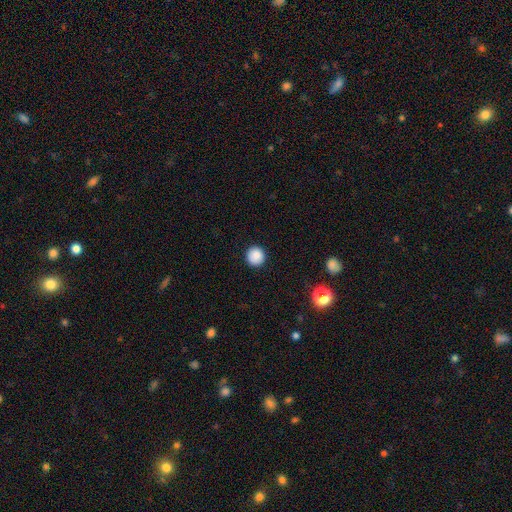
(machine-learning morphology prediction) Smooth or featured: smooth — 87% (star or artifact — 9%)
How rounded: round — 95% (in between — 4%)
Merging: none — 92% (minor disturbance — 6%)